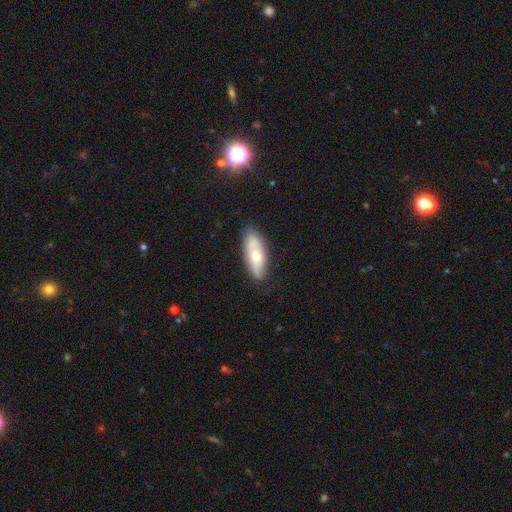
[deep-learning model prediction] smooth_or_featured: smooth (p=0.56) [alt: featured or disk p=0.38]
how_rounded: in between (p=0.70) [alt: cigar-shaped p=0.28]
merging: none (p=0.74) [alt: minor disturbance p=0.19]